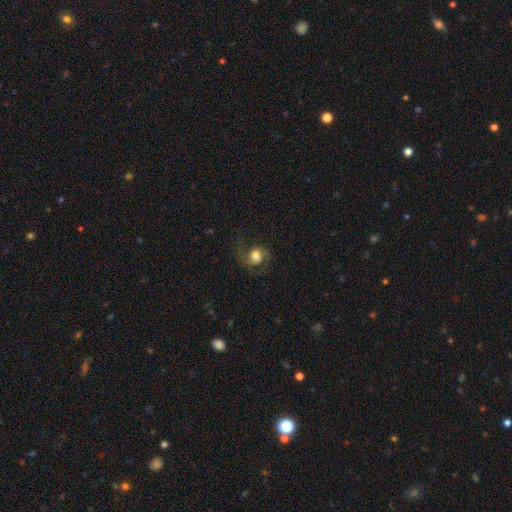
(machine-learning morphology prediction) Smooth or featured? Predicted: smooth (p=0.61). How rounded? Predicted: round (p=0.72). Merging? Predicted: none (p=0.54).